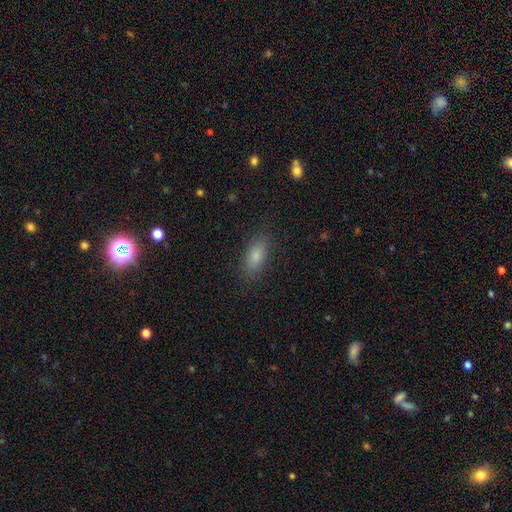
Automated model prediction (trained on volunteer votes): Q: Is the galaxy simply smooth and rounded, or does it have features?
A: smooth — 77%.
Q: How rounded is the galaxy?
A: in between — 80%.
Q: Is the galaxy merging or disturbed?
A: none — 86%.